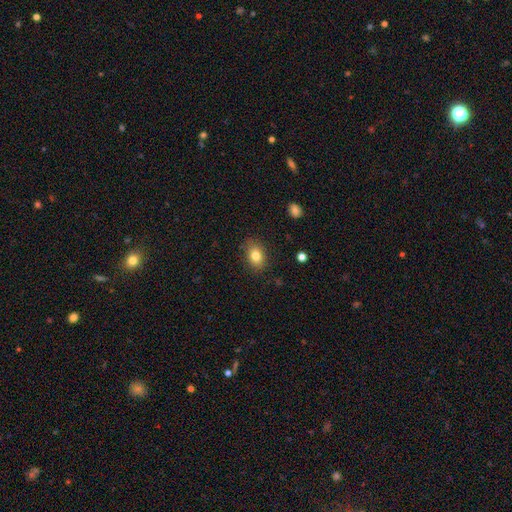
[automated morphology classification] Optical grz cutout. It shows a smooth galaxy with no disk features (81%) that is in between round and cigar-shaped (72%). Merging: none (84%).